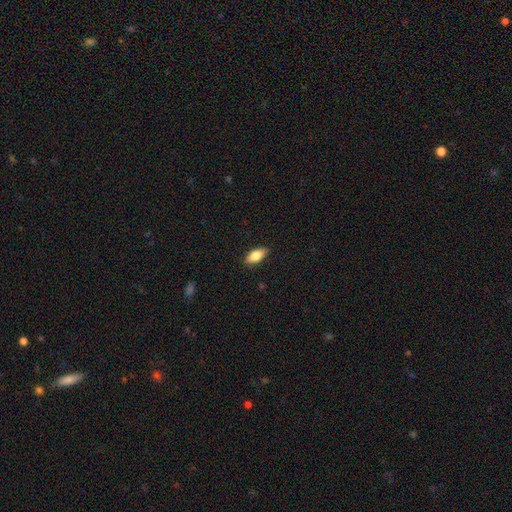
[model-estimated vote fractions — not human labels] Smooth or featured? Predicted: smooth (p=0.78). How rounded? Predicted: in between (p=0.85). Merging? Predicted: none (p=0.87).